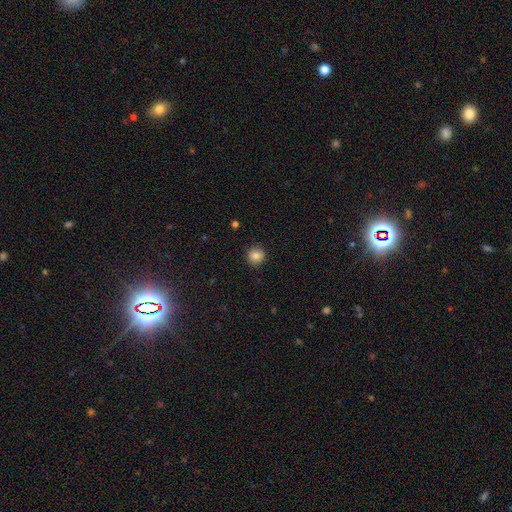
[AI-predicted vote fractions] A smooth galaxy with no disk features (84%) that is round (93%).

Vote fractions:
- Smooth or featured? smooth: 84% / star or artifact: 10% / featured or disk: 6%
- How rounded? round: 93% / in between: 6% / cigar-shaped: 1%
- Merging? none: 91% / minor disturbance: 6% / major disturbance: 2% / merger: 1%